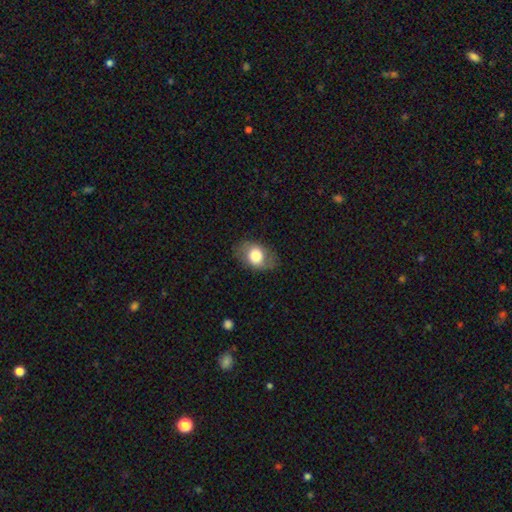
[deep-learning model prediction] smooth 72%, featured or disk 21%, star or artifact 7%. Down the decision tree: how rounded — in between (78%); merging — none (79%).